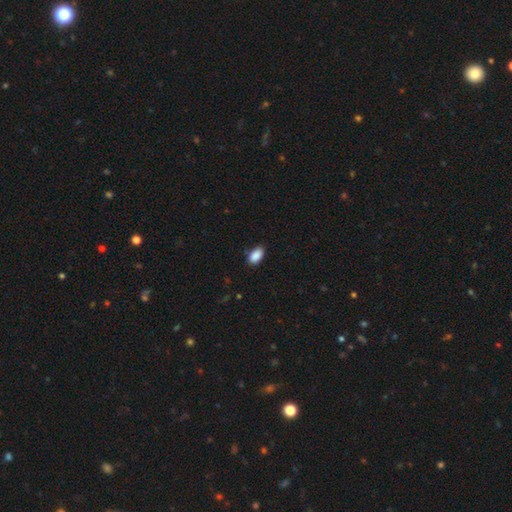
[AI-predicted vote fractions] smooth 89%, star or artifact 7%, featured or disk 3%. Down the decision tree: how rounded — in between (93%); merging — none (79%).